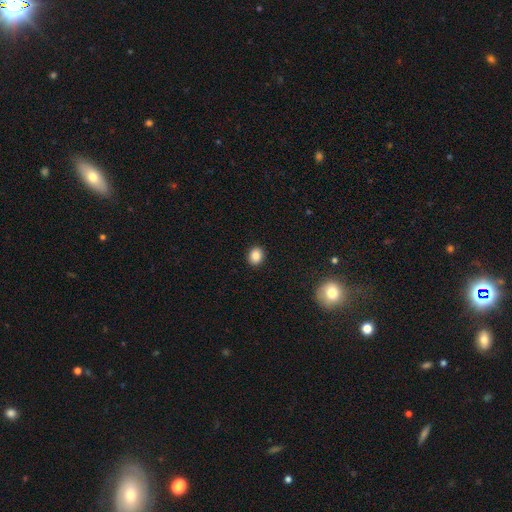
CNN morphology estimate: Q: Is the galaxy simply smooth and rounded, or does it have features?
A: smooth — 86%.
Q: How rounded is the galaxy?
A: round — 64%.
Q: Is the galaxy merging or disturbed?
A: none — 92%.